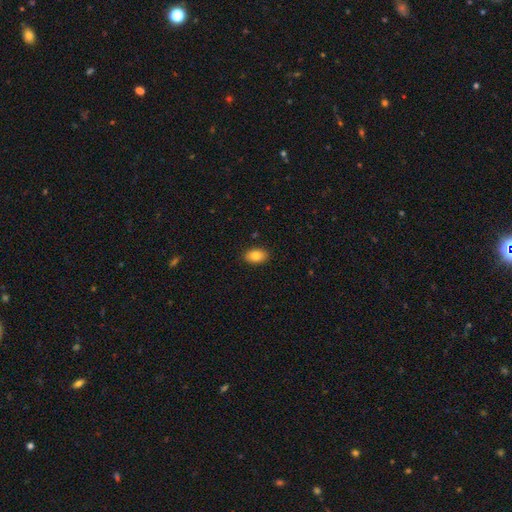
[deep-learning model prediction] A smooth galaxy with no disk features (82%) that is in between round and cigar-shaped (88%). Merging: none (89%).